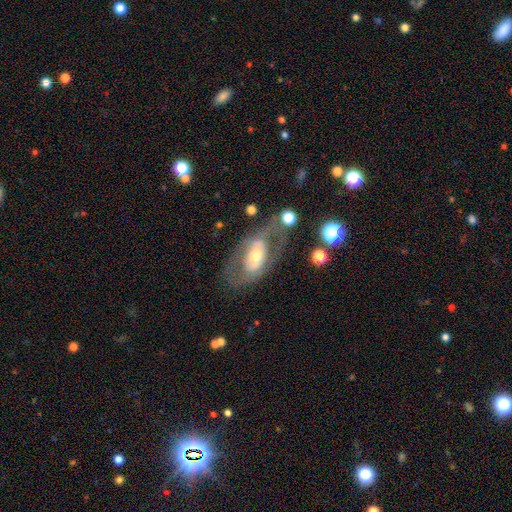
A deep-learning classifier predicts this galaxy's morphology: Overall: featured or disk (67%; smooth 27%). Edge-on disk: no (91%). Bar: no (63%). Spiral arms: no (62%; yes 38%). Bulge size: moderate (53%; small 35%). Merging: none (56%; major disturbance 21%).